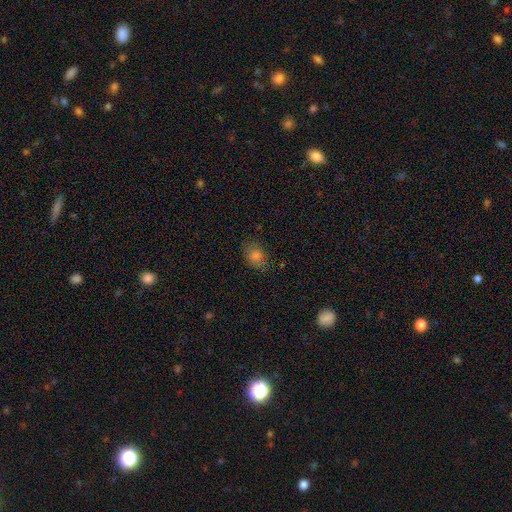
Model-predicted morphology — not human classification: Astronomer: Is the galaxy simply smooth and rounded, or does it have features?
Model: smooth — 75%.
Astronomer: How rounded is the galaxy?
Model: in between — 76%.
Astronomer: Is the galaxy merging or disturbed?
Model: none — 78%.